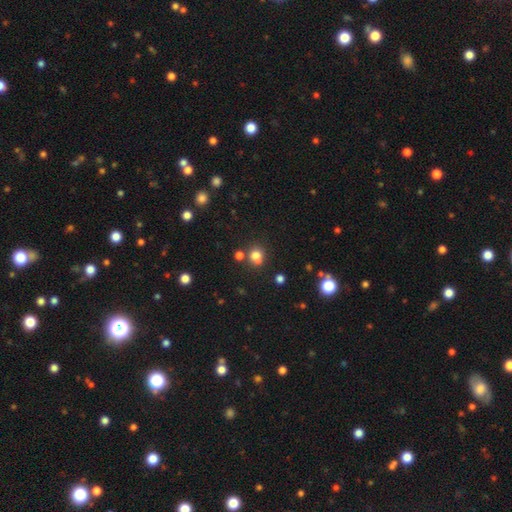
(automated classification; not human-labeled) smooth_or_featured: smooth (p=0.75) [alt: star or artifact p=0.16]
how_rounded: round (p=0.80) [alt: in between p=0.19]
merging: none (p=0.58) [alt: merger p=0.25]